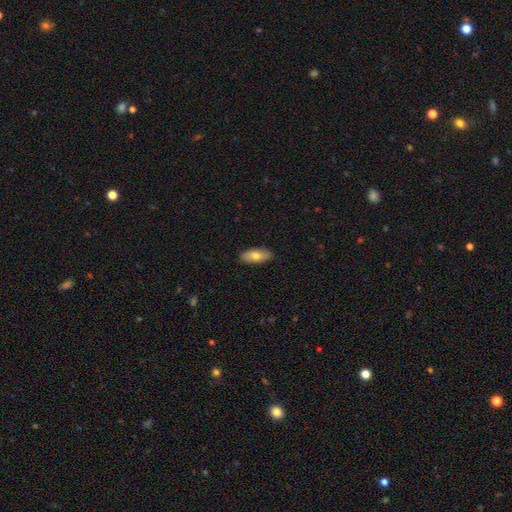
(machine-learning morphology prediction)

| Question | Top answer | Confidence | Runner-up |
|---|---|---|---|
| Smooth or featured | smooth | 70% | featured or disk (24%) |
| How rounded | in between | 86% | cigar-shaped (12%) |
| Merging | none | 89% | minor disturbance (9%) |